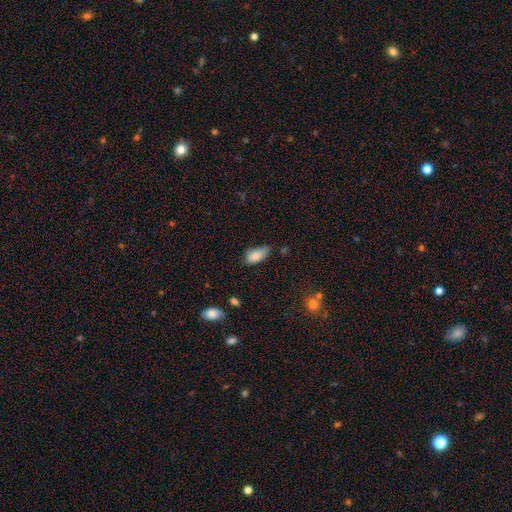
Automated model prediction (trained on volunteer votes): The model was most divided on "merging": none: 44%, minor disturbance: 43%, major disturbance: 10%, merger: 3%. More confident: how rounded — in between (91%); smooth or featured — smooth (83%).